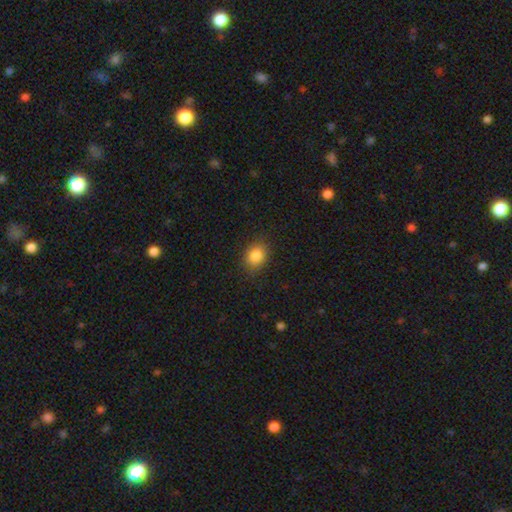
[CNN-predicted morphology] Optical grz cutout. It shows a smooth galaxy with no disk features (85%) that is in between round and cigar-shaped (50%). Merging: none (86%).